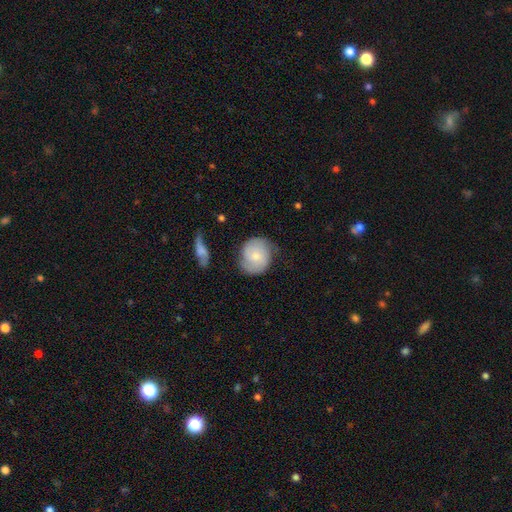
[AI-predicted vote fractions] Q: Smooth or featured?
A: smooth (51%); runner-up: featured or disk (43%)
Q: How rounded?
A: round (77%); runner-up: in between (22%)
Q: Merging?
A: none (65%); runner-up: minor disturbance (23%)